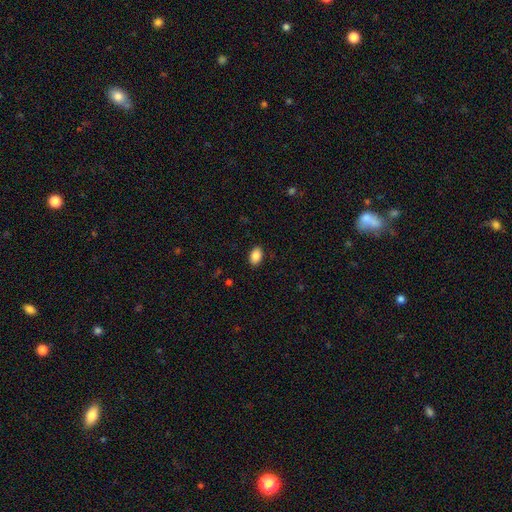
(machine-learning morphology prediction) Q: Smooth or featured?
A: smooth (88%); runner-up: star or artifact (8%)
Q: How rounded?
A: in between (89%); runner-up: round (10%)
Q: Merging?
A: none (88%); runner-up: minor disturbance (9%)